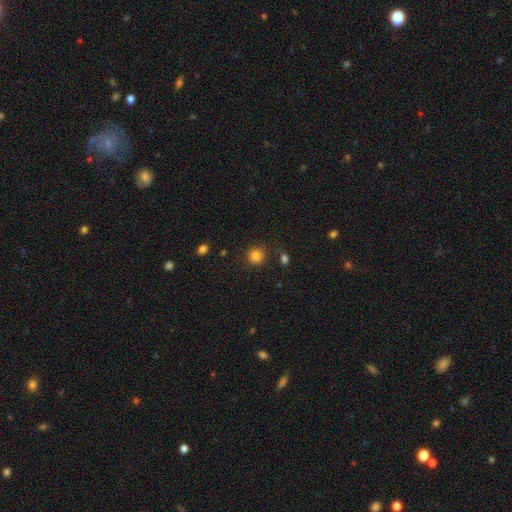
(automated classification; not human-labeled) Smooth or featured?
  - smooth: 84% *
  - star or artifact: 11%
  - featured or disk: 4%
How rounded?
  - round: 90% *
  - in between: 9%
  - cigar-shaped: 1%
Merging?
  - none: 82% *
  - minor disturbance: 10%
  - merger: 4%
  - major disturbance: 4%